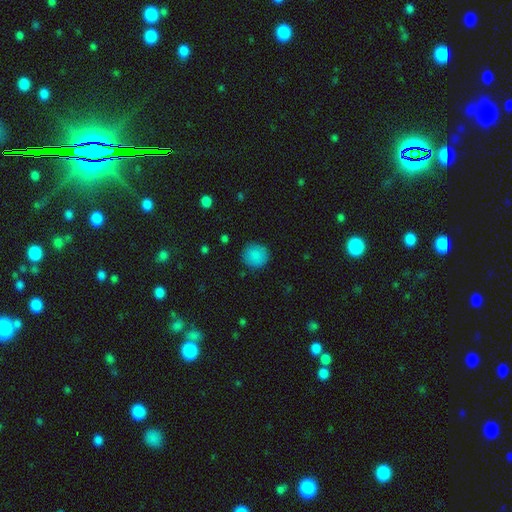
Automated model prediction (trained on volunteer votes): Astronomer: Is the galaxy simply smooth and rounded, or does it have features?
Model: smooth — 87%.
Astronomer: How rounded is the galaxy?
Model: round — 92%.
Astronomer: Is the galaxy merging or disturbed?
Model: none — 88%.